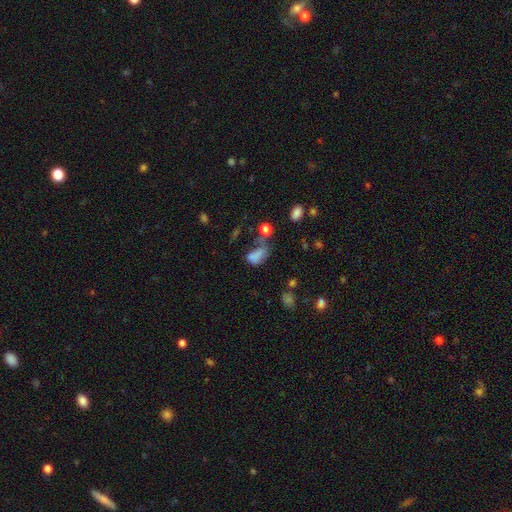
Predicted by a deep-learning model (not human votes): A smooth galaxy with no disk features (69%) that is in between round and cigar-shaped (81%).

Vote fractions:
- Smooth or featured? smooth: 69% / star or artifact: 16% / featured or disk: 15%
- How rounded? in between: 81% / round: 16% / cigar-shaped: 3%
- Merging? major disturbance: 38% / none: 23% / minor disturbance: 21% / merger: 18%